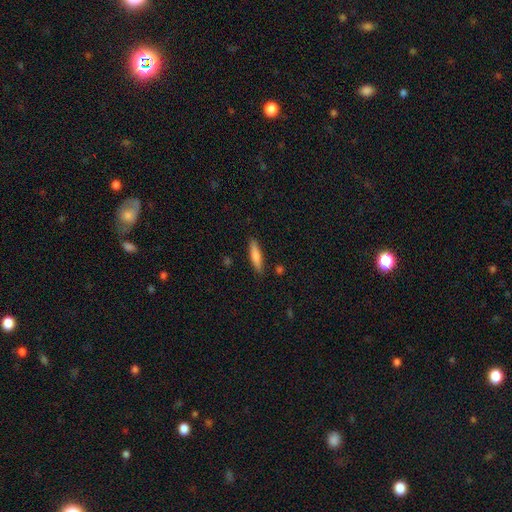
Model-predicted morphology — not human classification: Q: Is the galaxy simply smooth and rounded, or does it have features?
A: smooth — 74%.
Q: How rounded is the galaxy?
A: cigar-shaped — 79%.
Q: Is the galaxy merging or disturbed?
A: none — 86%.